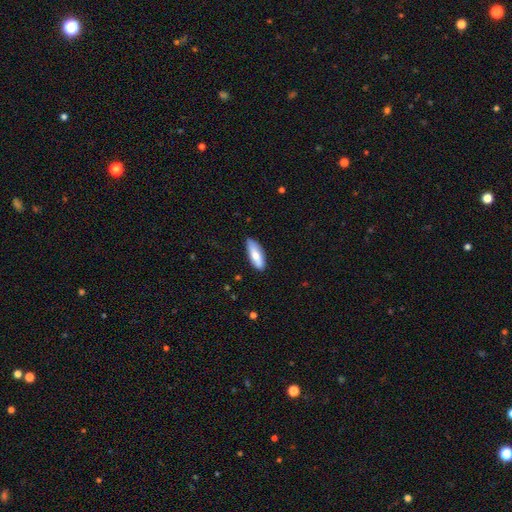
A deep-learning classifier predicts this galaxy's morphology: The model was most divided on "how rounded": in between: 65%, cigar-shaped: 33%, round: 2%. More confident: merging — none (85%); smooth or featured — smooth (74%).